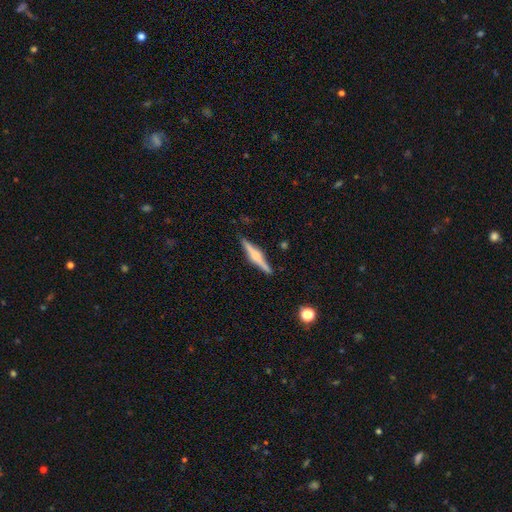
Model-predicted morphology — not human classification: type=featured or disk (70%); edge-on=yes (98%); edge-on bulge=rounded (80%); merging=none (89%).